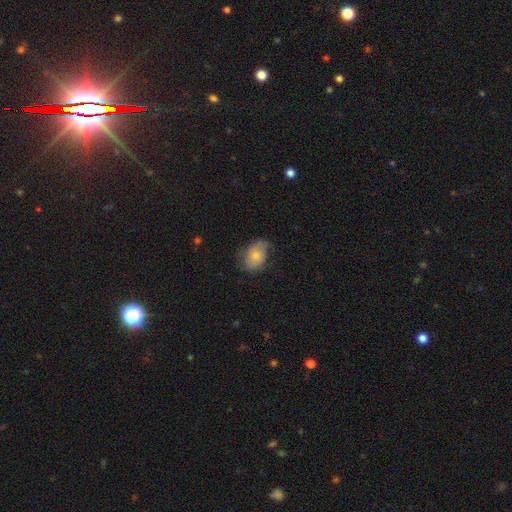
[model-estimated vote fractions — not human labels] Smooth or featured?
  - smooth: 64% *
  - featured or disk: 28%
  - star or artifact: 7%
How rounded?
  - in between: 76% *
  - round: 22%
  - cigar-shaped: 1%
Merging?
  - none: 57% *
  - minor disturbance: 30%
  - major disturbance: 12%
  - merger: 1%